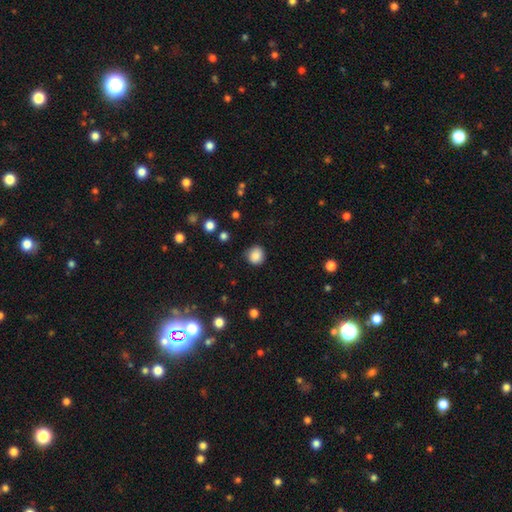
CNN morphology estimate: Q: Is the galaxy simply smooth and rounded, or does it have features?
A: smooth — 85%.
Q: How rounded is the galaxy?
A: round — 89%.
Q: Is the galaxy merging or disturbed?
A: none — 83%.